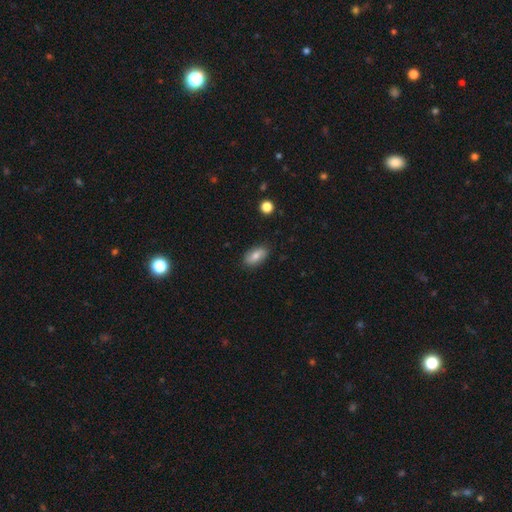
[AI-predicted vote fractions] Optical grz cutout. It shows a smooth galaxy with no disk features (71%) that is in between round and cigar-shaped (90%). Merging: none (84%).